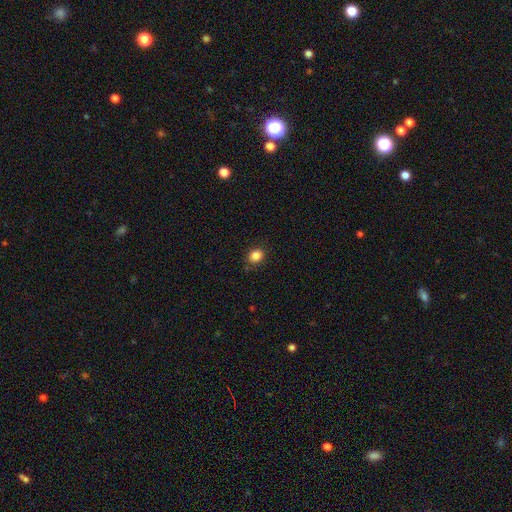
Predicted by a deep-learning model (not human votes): Morphology: type=smooth (85%); roundness=round (65%); merging=none (82%).